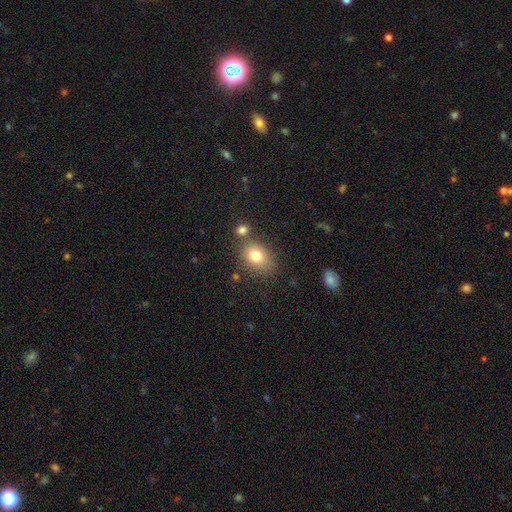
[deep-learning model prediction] This is likely a smooth galaxy (79%). How rounded: likely in between (70%). Merging: likely none (67%).